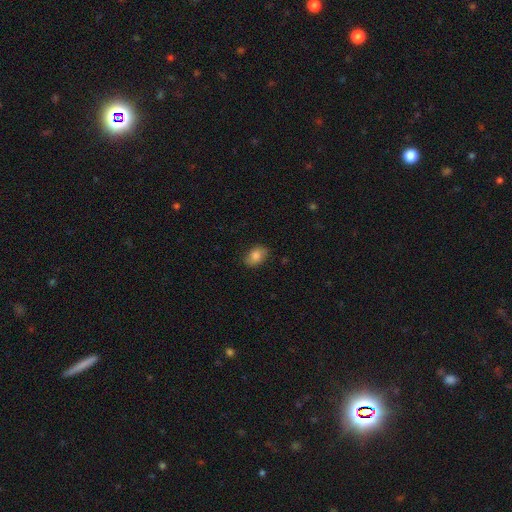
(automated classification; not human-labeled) This appears to be a smooth galaxy with no disk features (81%) that is in between round and cigar-shaped (84%). Merging: none (81%).